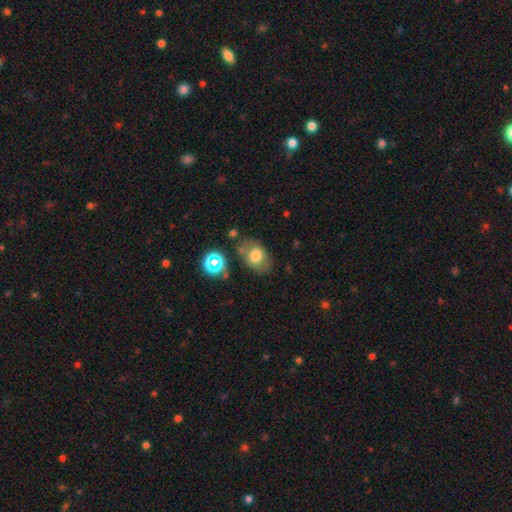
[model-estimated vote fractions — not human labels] A smooth galaxy with no disk features (73%) that is in between round and cigar-shaped (71%). Merging: none (68%).